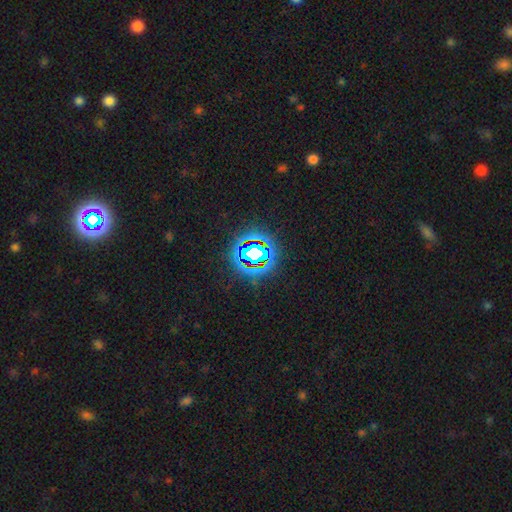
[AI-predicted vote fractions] Smooth or featured? star or artifact (77%)